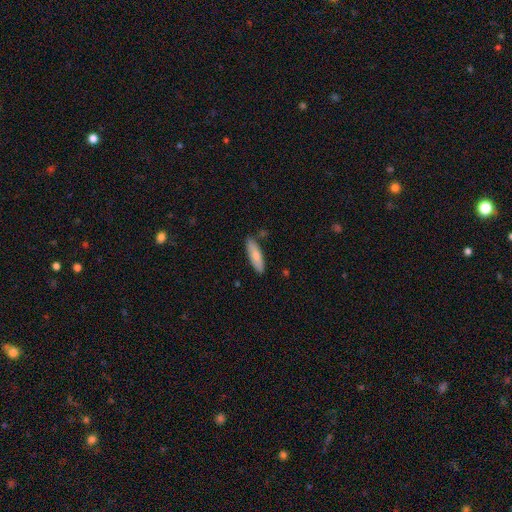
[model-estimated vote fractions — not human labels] Morphology: type=smooth (79%); roundness=cigar-shaped (57%); merging=none (83%).